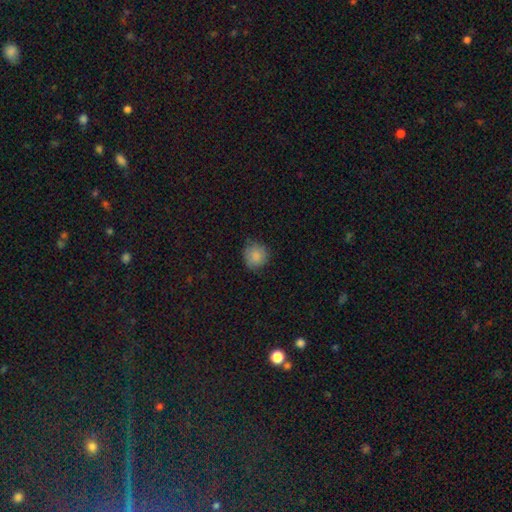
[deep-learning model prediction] smooth_or_featured: smooth (p=0.86) [alt: star or artifact p=0.08]
how_rounded: round (p=0.89) [alt: in between p=0.10]
merging: none (p=0.78) [alt: minor disturbance p=0.18]